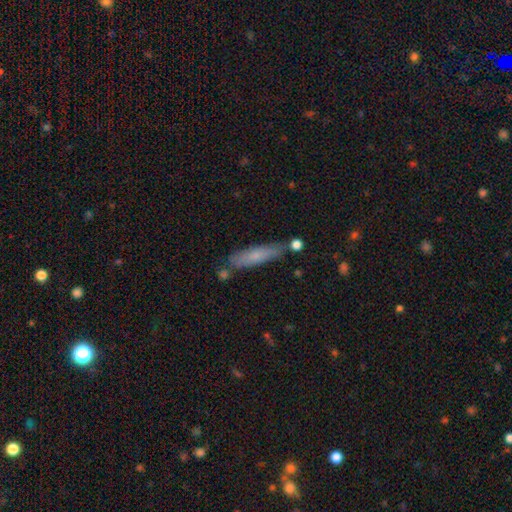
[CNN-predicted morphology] Smooth or featured? smooth (68%)
How rounded? cigar-shaped (84%)
Merging? none (75%)